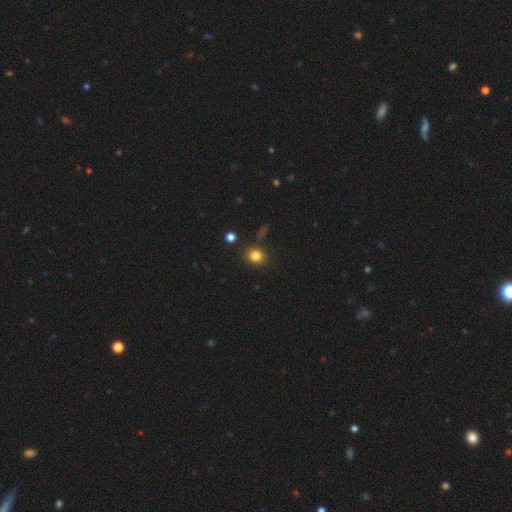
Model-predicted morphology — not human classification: type=smooth (82%); roundness=round (76%); merging=none (83%).